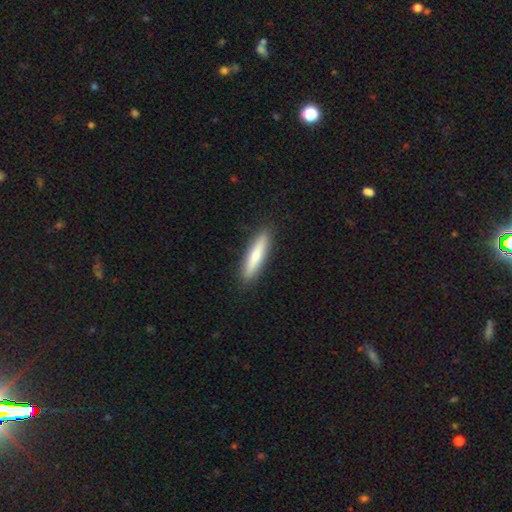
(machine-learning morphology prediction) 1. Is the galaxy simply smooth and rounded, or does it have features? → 67% smooth, 28% featured or disk, 5% star or artifact.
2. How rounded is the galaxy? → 84% cigar-shaped, 15% in between, 1% round.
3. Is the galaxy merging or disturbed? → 91% none, 7% minor disturbance, 2% major disturbance, 1% merger.